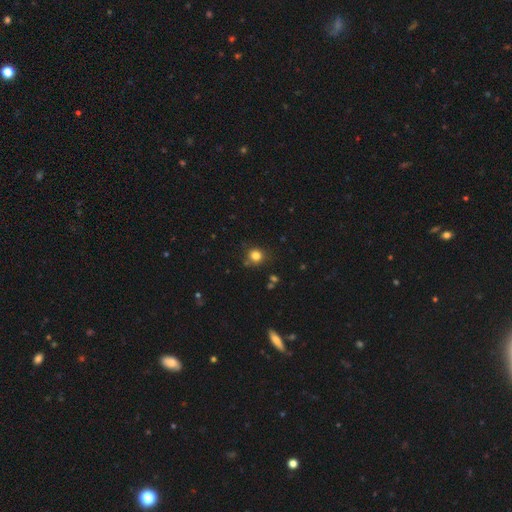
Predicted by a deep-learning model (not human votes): A smooth galaxy with no disk features (81%) that is round (89%). Merging: none (82%).